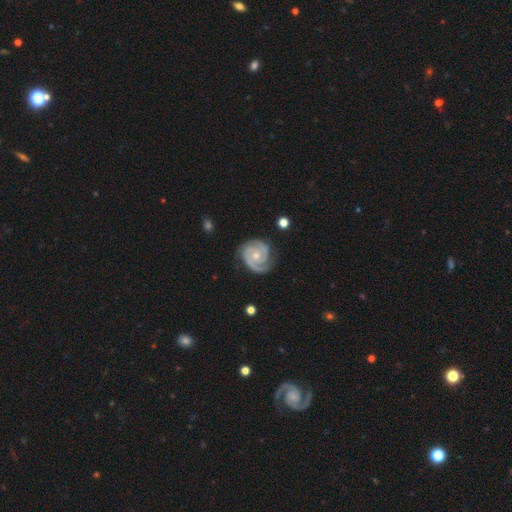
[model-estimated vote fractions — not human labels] Morphology: type=featured or disk (91%); edge-on=no (98%); bar=no (71%); spiral arms=yes (98%); winding=tight (72%); arm count=2 (72%); bulge=moderate (50%); merging=none (79%).